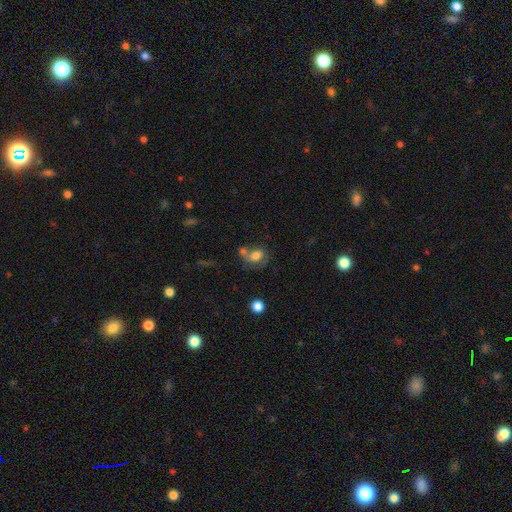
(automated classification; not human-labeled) A smooth galaxy with no disk features (59%) that is in between round and cigar-shaped (62%).

Vote fractions:
- Smooth or featured? smooth: 59% / featured or disk: 28% / star or artifact: 13%
- How rounded? in between: 62% / round: 36% / cigar-shaped: 2%
- Merging? merger: 35% / none: 31% / major disturbance: 17% / minor disturbance: 16%